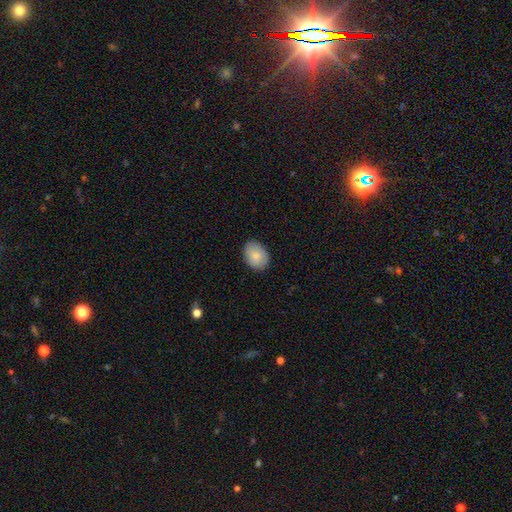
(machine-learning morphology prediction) Smooth or featured? Predicted: smooth (p=0.83). How rounded? Predicted: in between (p=0.72). Merging? Predicted: none (p=0.85).